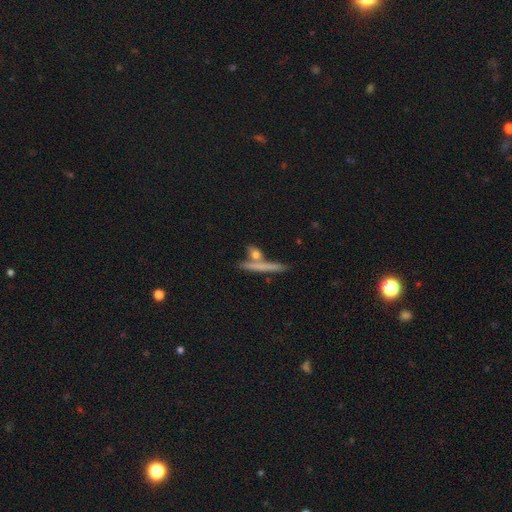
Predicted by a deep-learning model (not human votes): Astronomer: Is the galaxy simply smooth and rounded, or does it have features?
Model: smooth — 62%.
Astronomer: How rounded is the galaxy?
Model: cigar-shaped — 68%.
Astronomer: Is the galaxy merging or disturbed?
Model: none — 65%.